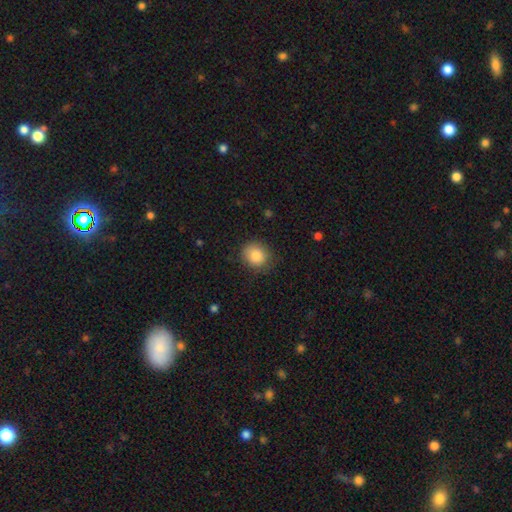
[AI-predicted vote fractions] Smooth or featured: smooth — 85% (star or artifact — 9%)
How rounded: round — 80% (in between — 19%)
Merging: none — 81% (minor disturbance — 14%)